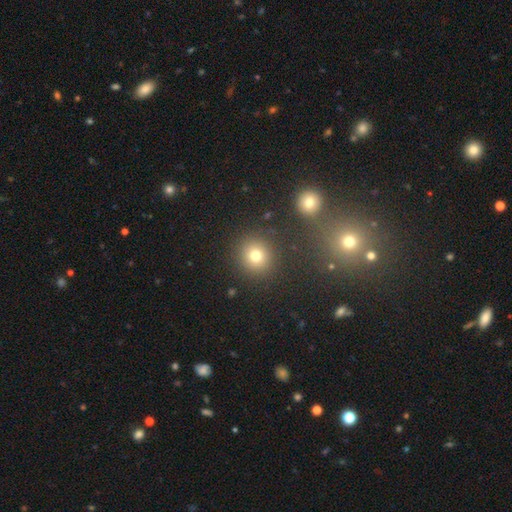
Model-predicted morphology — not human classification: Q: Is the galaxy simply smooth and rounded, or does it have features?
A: smooth — 75%.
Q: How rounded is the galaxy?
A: round — 91%.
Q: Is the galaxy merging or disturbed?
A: none — 88%.